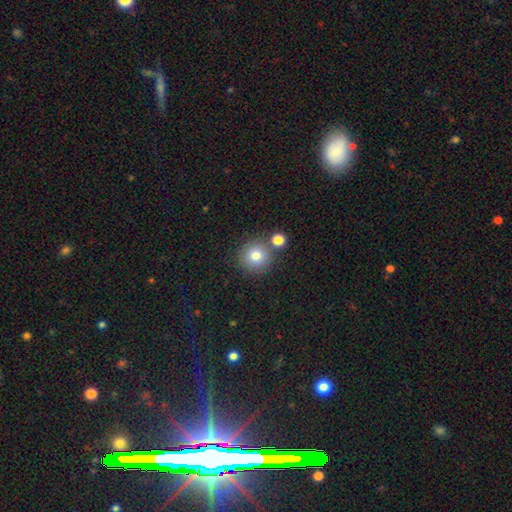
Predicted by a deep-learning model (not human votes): Smooth or featured? smooth (80%)
How rounded? round (94%)
Merging? none (77%)